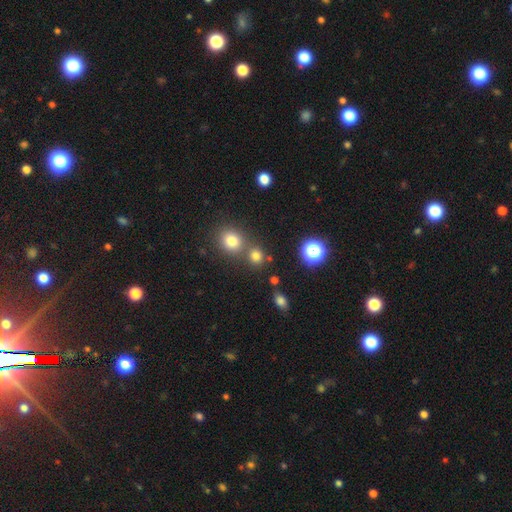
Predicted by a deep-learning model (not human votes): A smooth galaxy with no disk features (73%) that is round (85%). Merging: none (65%).